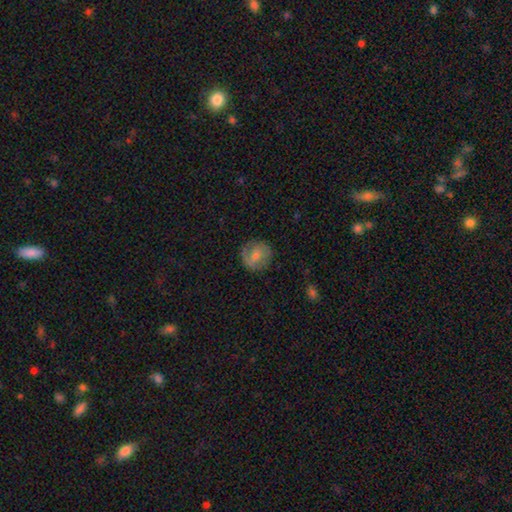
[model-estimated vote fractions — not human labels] Smooth or featured? Predicted: smooth (p=0.46). Merging? Predicted: none (p=0.77).